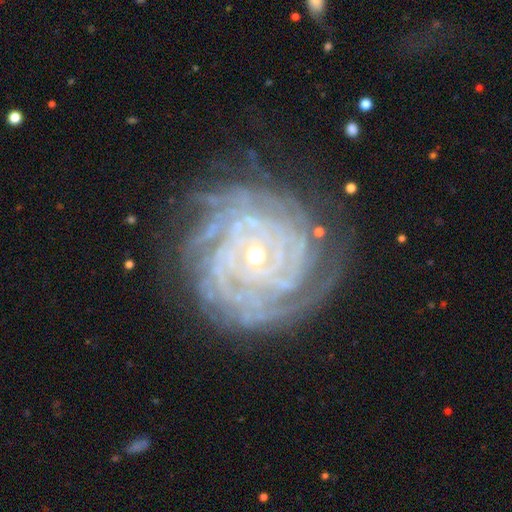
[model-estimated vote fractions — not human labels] smooth-or-featured: featured or disk: 89% | star or artifact: 6% | smooth: 5%
  disk-edge-on: no: 97% | yes: 3%
    bar: no: 75% | weak: 17% | strong: 8%
    has-spiral-arms: yes: 97% | no: 3%
      spiral-winding: tight: 83% | medium: 13% | loose: 3%
      spiral-arm-count: more than 4: 26% | can't tell: 25% | 4: 17% | 3: 13% | 2: 11% | 1: 7%
    bulge-size: small: 55% | moderate: 41% | large: 2% | none: 1% | dominant: 1%
  merging: none: 73% | minor disturbance: 17% | major disturbance: 8% | merger: 2%